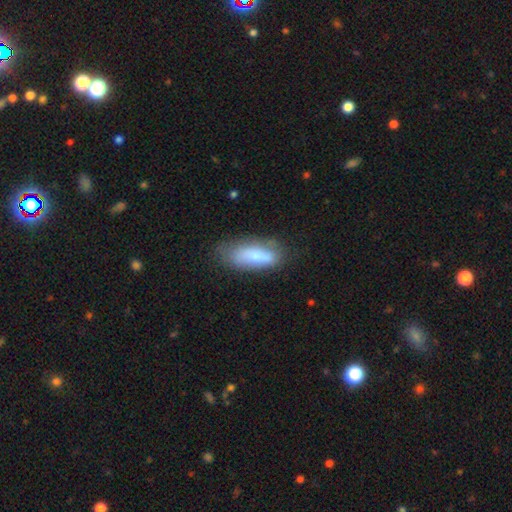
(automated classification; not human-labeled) This is likely a smooth galaxy (67%). How rounded: likely in between (74%). Merging: possibly none (58%).